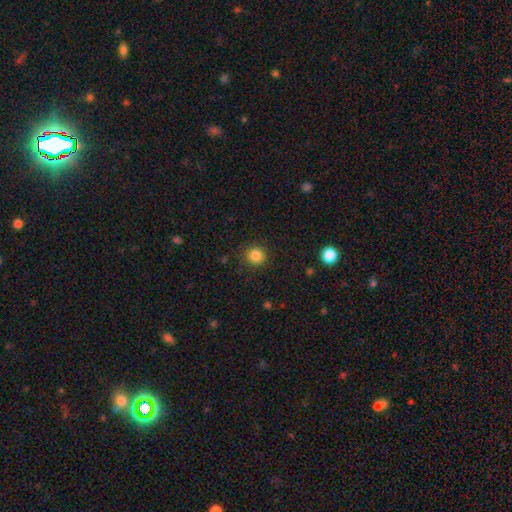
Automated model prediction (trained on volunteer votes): Smooth or featured? smooth (85%)
How rounded? round (89%)
Merging? none (88%)